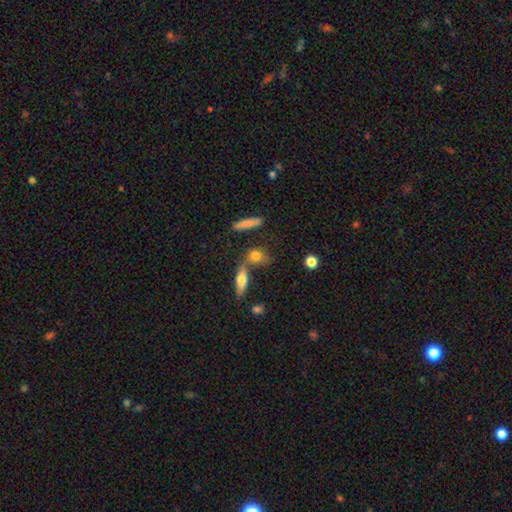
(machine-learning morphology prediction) Smooth or featured? smooth (70%)
How rounded? in between (44%)
Merging? none (51%)